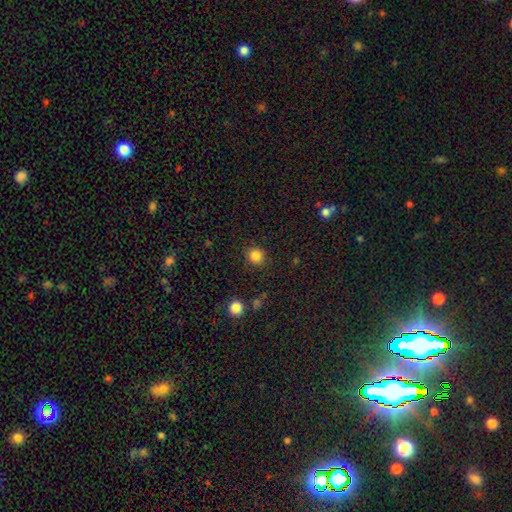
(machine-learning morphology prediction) Smooth or featured: smooth — 84% (star or artifact — 12%)
How rounded: round — 89% (in between — 10%)
Merging: none — 89% (minor disturbance — 7%)